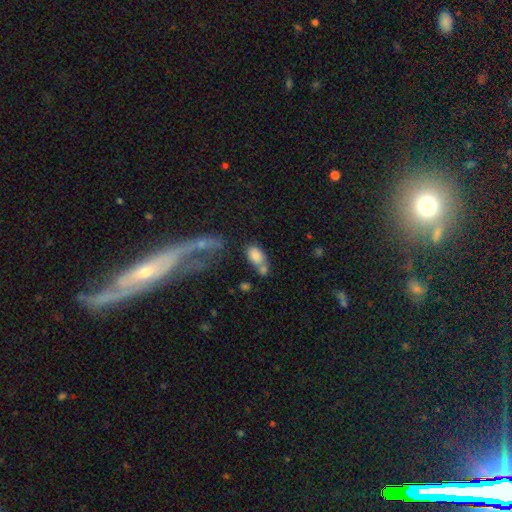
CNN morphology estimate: Smooth or featured? smooth (79%)
How rounded? in between (88%)
Merging? merger (40%)